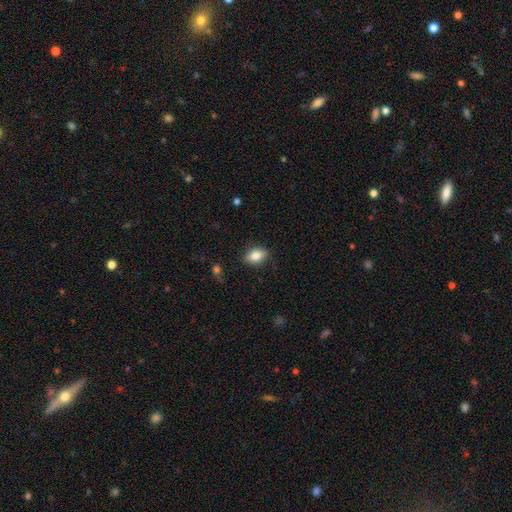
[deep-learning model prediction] Smooth or featured: smooth — 82% (featured or disk — 10%)
How rounded: in between — 83% (round — 14%)
Merging: none — 85% (minor disturbance — 11%)